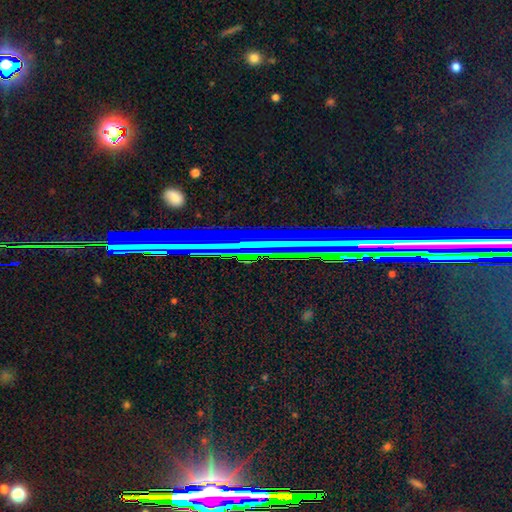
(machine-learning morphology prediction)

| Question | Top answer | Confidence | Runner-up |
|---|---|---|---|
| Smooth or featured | star or artifact | 79% | featured or disk (12%) |